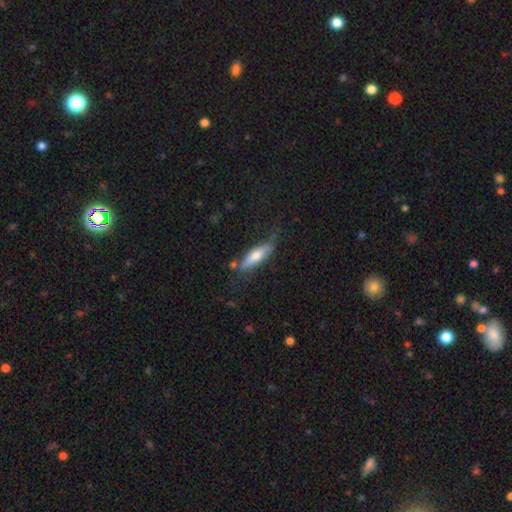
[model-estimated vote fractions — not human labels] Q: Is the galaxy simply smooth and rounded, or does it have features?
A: smooth — 58%.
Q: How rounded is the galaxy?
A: cigar-shaped — 64%.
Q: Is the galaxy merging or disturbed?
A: none — 65%.